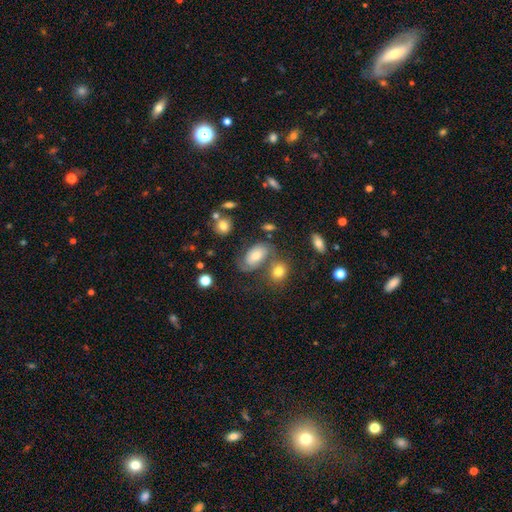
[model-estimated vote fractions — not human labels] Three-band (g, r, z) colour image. It shows a featured or disk galaxy (45%). Merging: none (47%).